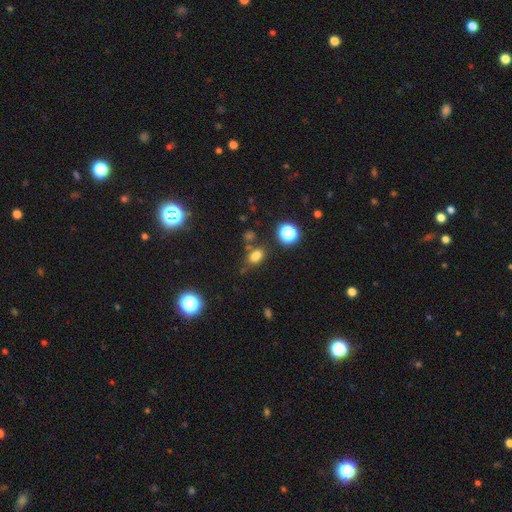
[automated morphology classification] Smooth or featured?
  - smooth: 69% *
  - star or artifact: 23%
  - featured or disk: 8%
How rounded?
  - in between: 67% *
  - round: 30%
  - cigar-shaped: 3%
Merging?
  - none: 58% *
  - merger: 19%
  - minor disturbance: 16%
  - major disturbance: 7%